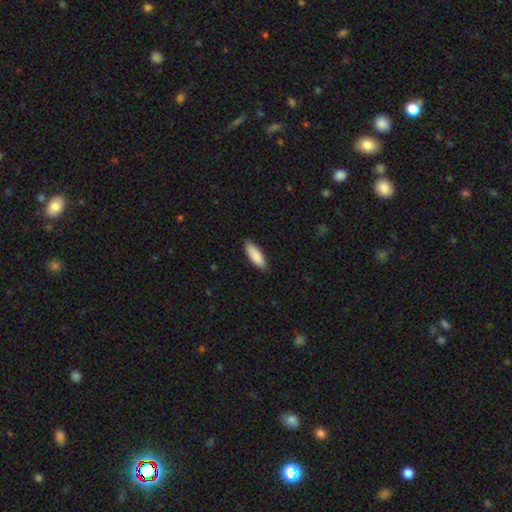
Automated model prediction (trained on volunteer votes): smooth 89%, featured or disk 6%, star or artifact 5%. Down the decision tree: how rounded — in between (61%); merging — none (85%).